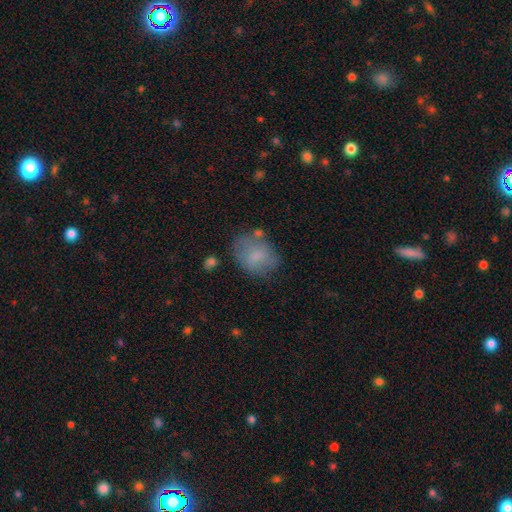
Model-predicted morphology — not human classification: smooth_or_featured: smooth (p=0.72) [alt: featured or disk p=0.20]
how_rounded: in between (p=0.60) [alt: round p=0.39]
merging: none (p=0.57) [alt: minor disturbance p=0.25]